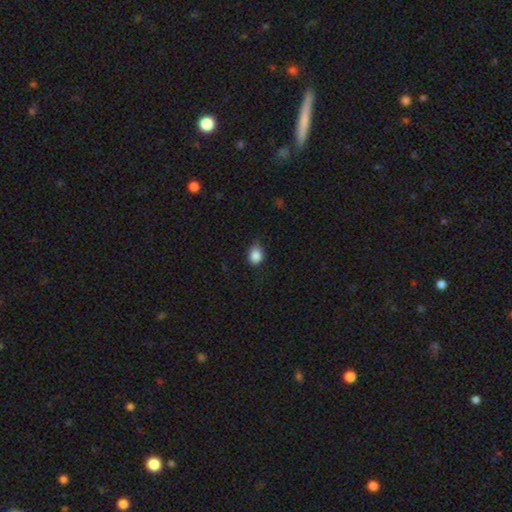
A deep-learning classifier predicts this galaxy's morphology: Overall: smooth (87%). How rounded: round (51%; in between 48%). Merging: none (72%).